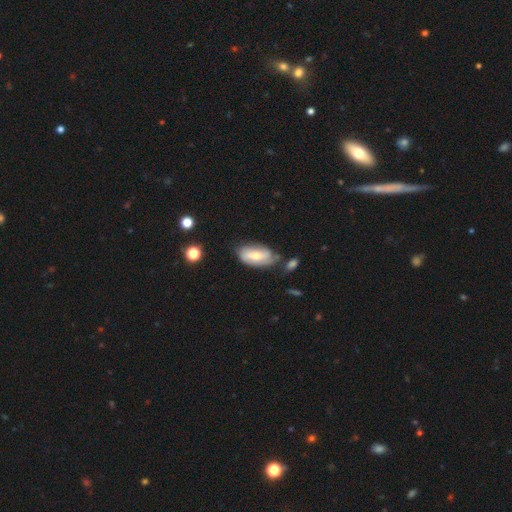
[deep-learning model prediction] Smooth or featured: featured or disk — 52% (smooth — 41%)
Edge-on disk: no — 89% (yes — 11%)
Merging: none — 58% (minor disturbance — 26%)